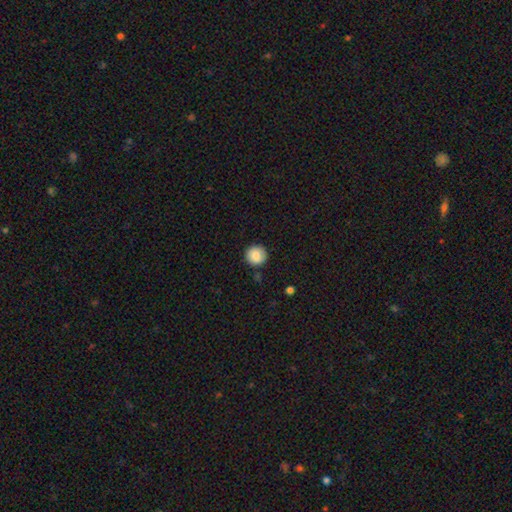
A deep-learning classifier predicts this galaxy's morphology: smooth 86%, star or artifact 8%, featured or disk 6%. Down the decision tree: how rounded — round (94%); merging — none (88%).